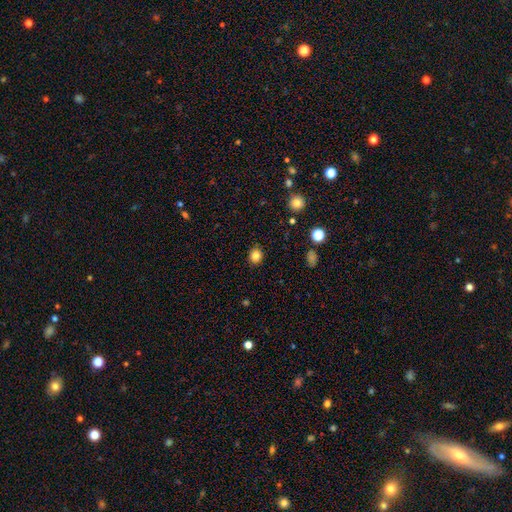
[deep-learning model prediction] A smooth galaxy with no disk features (82%) that is round (73%).

Vote fractions:
- Smooth or featured? smooth: 82% / star or artifact: 12% / featured or disk: 6%
- How rounded? round: 73% / in between: 26% / cigar-shaped: 1%
- Merging? none: 89% / minor disturbance: 8% / major disturbance: 2% / merger: 1%